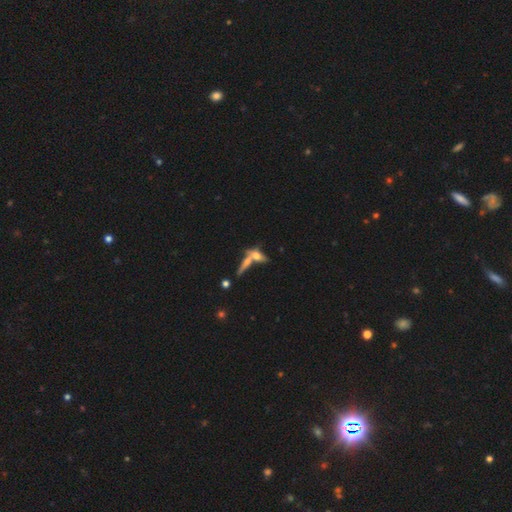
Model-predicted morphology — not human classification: Smooth or featured? Predicted: smooth (p=0.49). Merging? Predicted: merger (p=0.47).